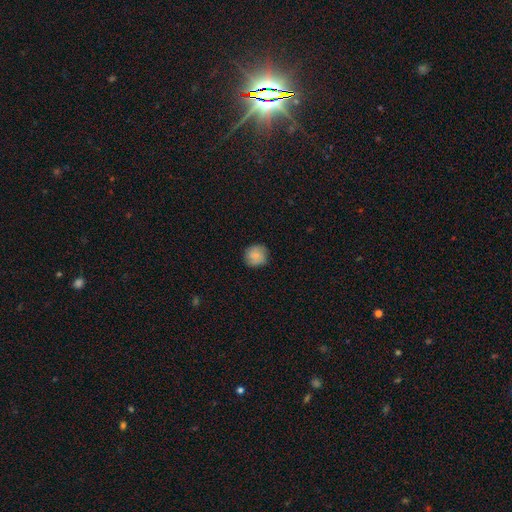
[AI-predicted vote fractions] smooth_or_featured: smooth (p=0.80) [alt: featured or disk p=0.12]
how_rounded: round (p=0.91) [alt: in between p=0.08]
merging: none (p=0.85) [alt: minor disturbance p=0.11]